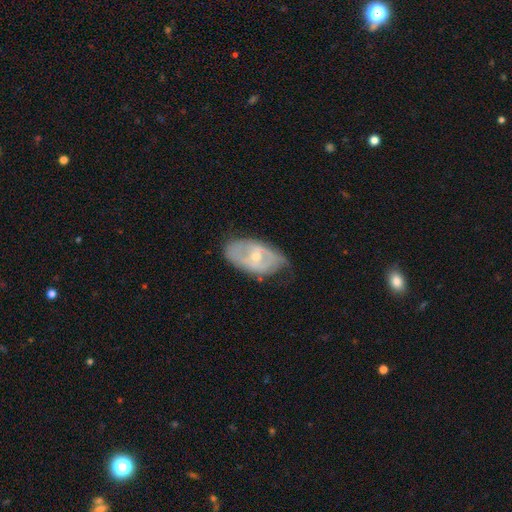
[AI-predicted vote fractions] Smooth or featured? Predicted: featured or disk (p=0.66). Edge-on disk? Predicted: no (p=0.92). Bar? Predicted: no (p=0.53). Spiral arms? Predicted: yes (p=0.57). Bulge size? Predicted: small (p=0.54). Merging? Predicted: none (p=0.57).